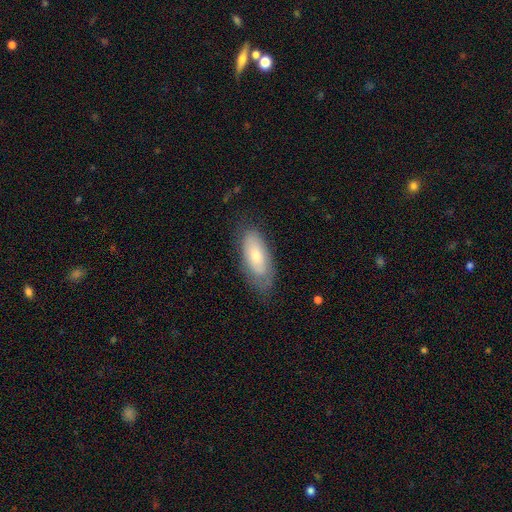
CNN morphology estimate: Smooth or featured? Predicted: smooth (p=0.65). How rounded? Predicted: in between (p=0.83). Merging? Predicted: none (p=0.68).